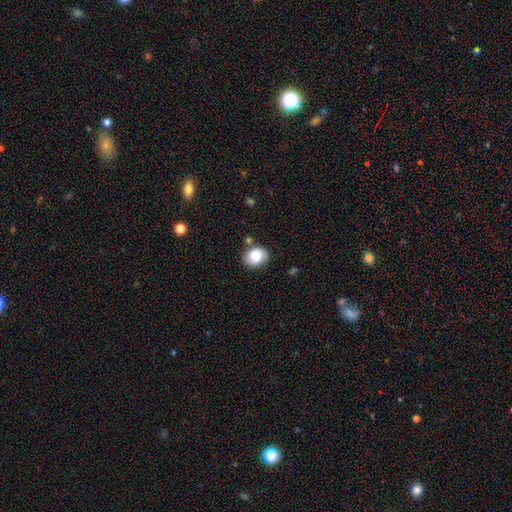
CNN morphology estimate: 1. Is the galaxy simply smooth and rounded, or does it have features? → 84% smooth, 8% star or artifact, 8% featured or disk.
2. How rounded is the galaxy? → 58% round, 42% in between, 1% cigar-shaped.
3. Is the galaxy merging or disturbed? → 72% none, 19% minor disturbance, 5% merger, 4% major disturbance.